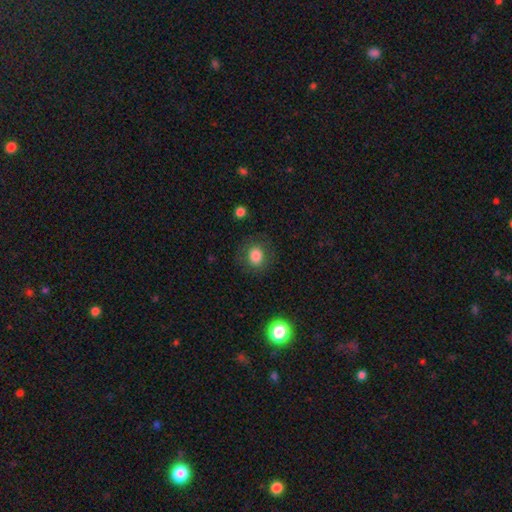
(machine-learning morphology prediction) A smooth galaxy with no disk features (81%) that is round (71%). Merging: none (81%).